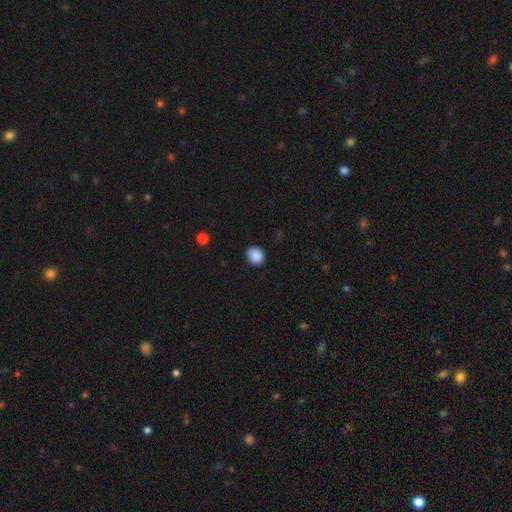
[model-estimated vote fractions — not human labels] A smooth galaxy with no disk features (89%) that is round (74%).

Vote fractions:
- Smooth or featured? smooth: 89% / star or artifact: 9% / featured or disk: 3%
- How rounded? round: 74% / in between: 25% / cigar-shaped: 1%
- Merging? none: 89% / minor disturbance: 8% / major disturbance: 2% / merger: 1%